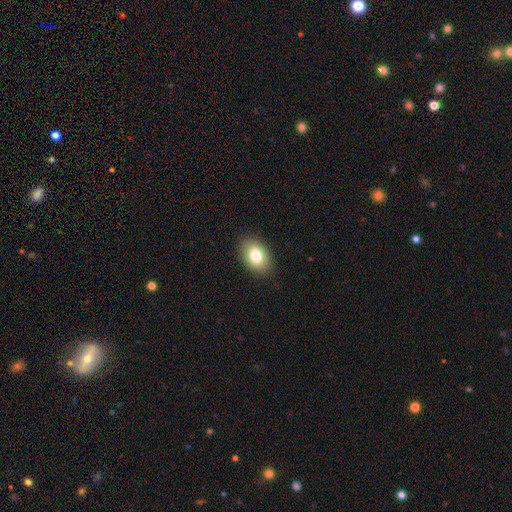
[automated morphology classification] Overall: smooth (81%). How rounded: in between (85%). Merging: none (88%).